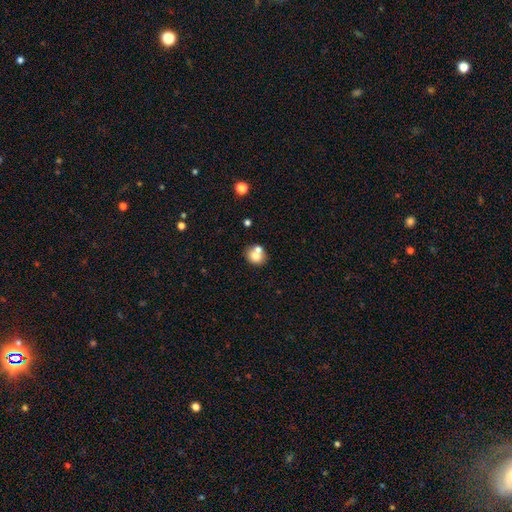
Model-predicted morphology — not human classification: smooth 72%, featured or disk 17%, star or artifact 11%. Down the decision tree: how rounded — round (74%); merging — none (51%).